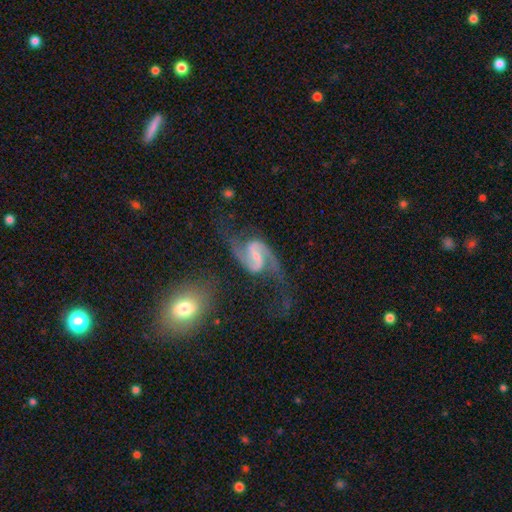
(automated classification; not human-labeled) Q: Smooth or featured?
A: featured or disk (91%); runner-up: star or artifact (5%)
Q: Edge-on disk?
A: no (98%); runner-up: yes (2%)
Q: Bar?
A: weak (46%); runner-up: strong (39%)
Q: Spiral arms?
A: yes (98%); runner-up: no (2%)
Q: Spiral winding?
A: loose (46%); runner-up: medium (44%)
Q: Spiral arm count?
A: 2 (94%); runner-up: can't tell (2%)
Q: Bulge size?
A: small (59%); runner-up: moderate (25%)
Q: Merging?
A: none (61%); runner-up: minor disturbance (18%)